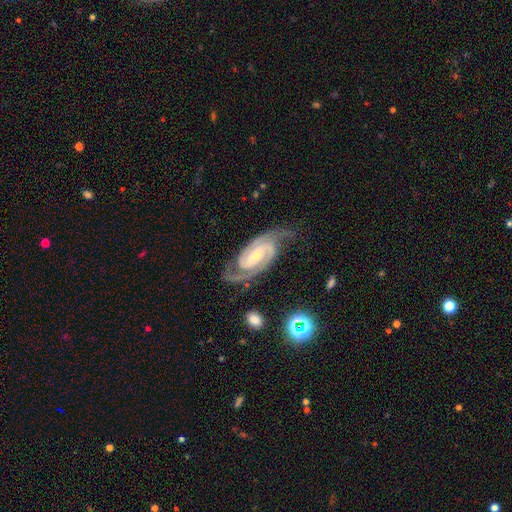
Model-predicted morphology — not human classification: This appears to be a featured or disk galaxy (93%) with no bar (37%, tied with weak), 2 (86%) tight (55%) spiral arms (99%) and a small central bulge (66%). Merging: none (77%).